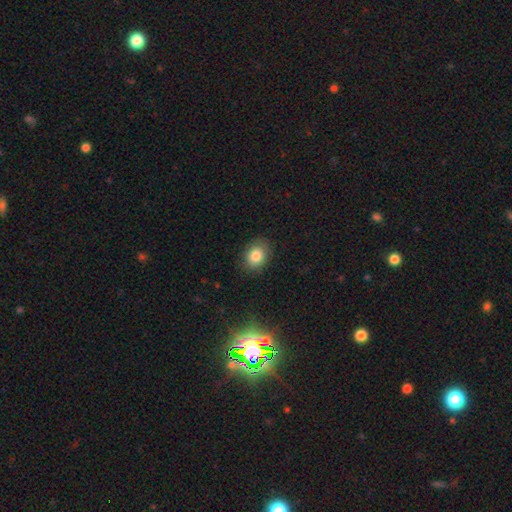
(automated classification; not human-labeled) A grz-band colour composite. It shows a smooth galaxy with no disk features (83%) that is in between round and cigar-shaped (60%). Merging: none (85%).